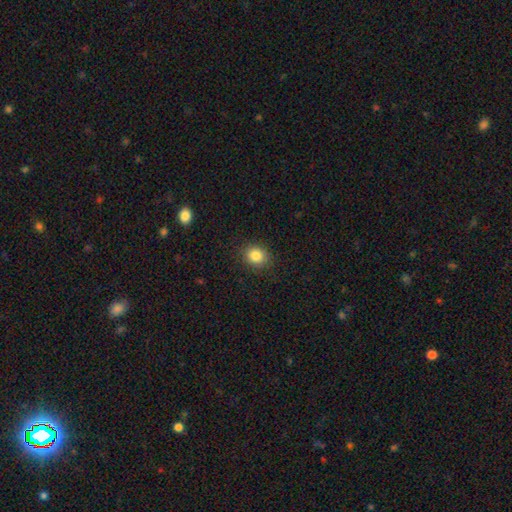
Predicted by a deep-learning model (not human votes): Morphology: type=smooth (84%); roundness=round (69%); merging=none (88%).